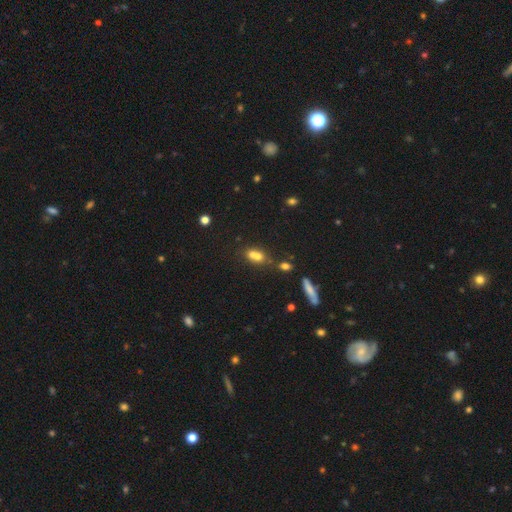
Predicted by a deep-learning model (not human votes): Smooth or featured?
  - smooth: 67% *
  - featured or disk: 18%
  - star or artifact: 15%
How rounded?
  - in between: 59% *
  - round: 34%
  - cigar-shaped: 8%
Merging?
  - merger: 58% *
  - none: 28%
  - minor disturbance: 9%
  - major disturbance: 5%